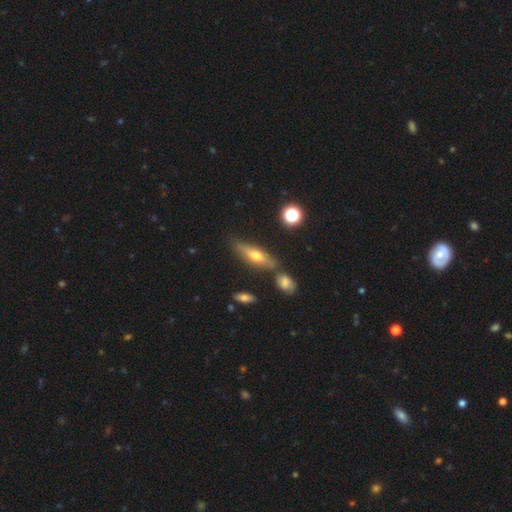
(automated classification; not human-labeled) Morphology: type=smooth (47%); merging=none (71%).